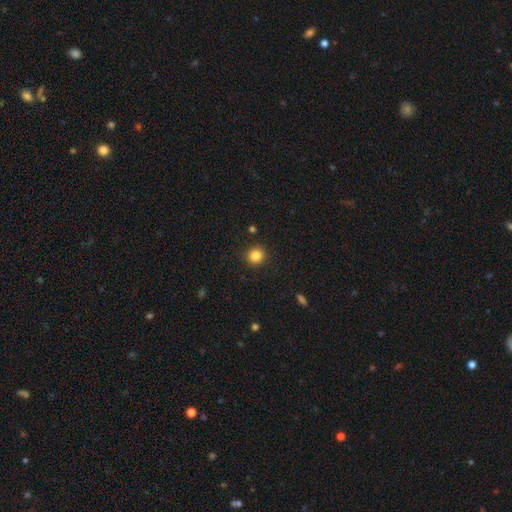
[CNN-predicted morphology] Smooth or featured?
  - smooth: 84% *
  - star or artifact: 11%
  - featured or disk: 5%
How rounded?
  - round: 91% *
  - in between: 8%
  - cigar-shaped: 1%
Merging?
  - none: 91% *
  - minor disturbance: 6%
  - major disturbance: 2%
  - merger: 1%